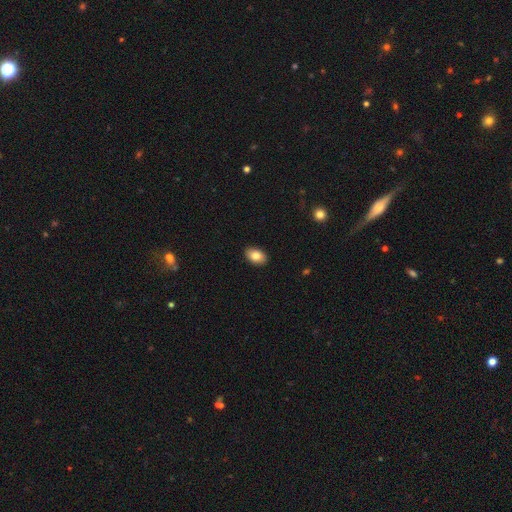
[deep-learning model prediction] smooth_or_featured: smooth (p=0.84) [alt: featured or disk p=0.09]
how_rounded: in between (p=0.89) [alt: round p=0.09]
merging: none (p=0.89) [alt: minor disturbance p=0.08]